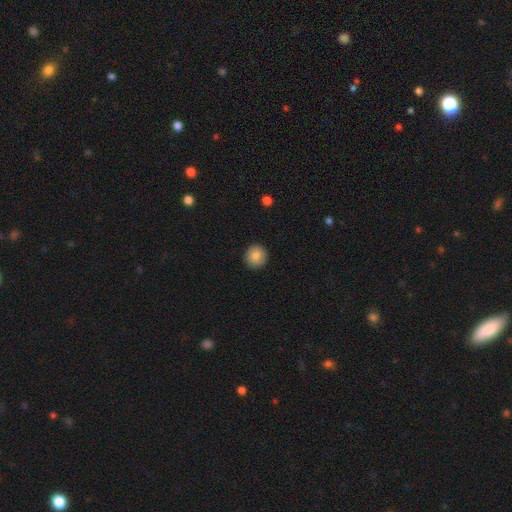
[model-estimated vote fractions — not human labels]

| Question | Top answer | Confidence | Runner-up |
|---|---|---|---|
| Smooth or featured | smooth | 86% | star or artifact (8%) |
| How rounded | round | 92% | in between (8%) |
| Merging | none | 91% | minor disturbance (6%) |